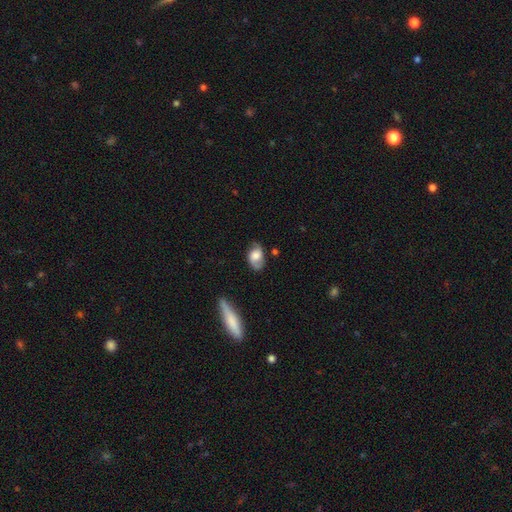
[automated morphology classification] A smooth galaxy with no disk features (56%) that is in between round and cigar-shaped (86%). Merging: none (63%).